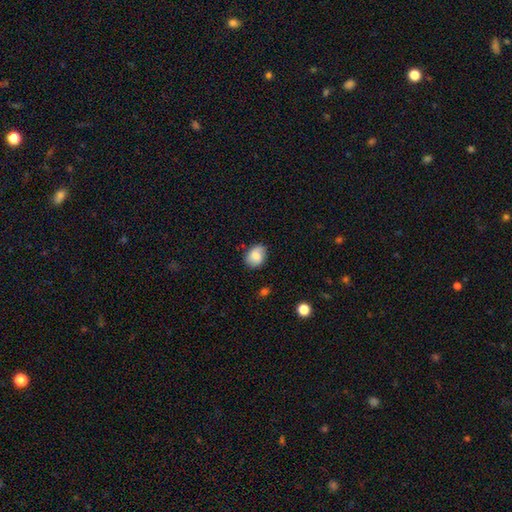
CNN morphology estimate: A smooth galaxy with no disk features (75%) that is in between round and cigar-shaped (62%).

Vote fractions:
- Smooth or featured? smooth: 75% / featured or disk: 16% / star or artifact: 8%
- How rounded? in between: 62% / round: 37% / cigar-shaped: 1%
- Merging? none: 73% / minor disturbance: 22% / major disturbance: 4% / merger: 2%